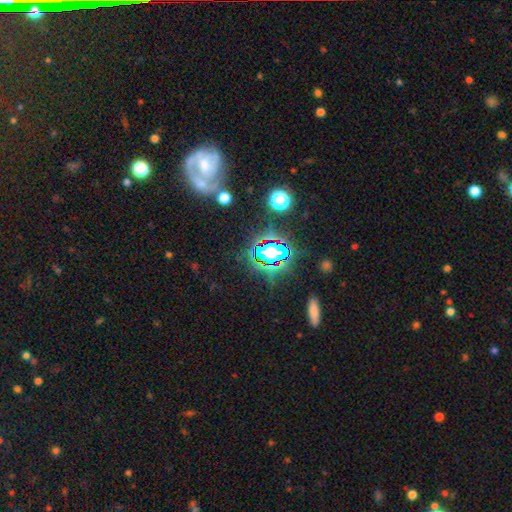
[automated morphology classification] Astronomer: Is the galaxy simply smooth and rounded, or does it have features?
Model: star or artifact — 68%.